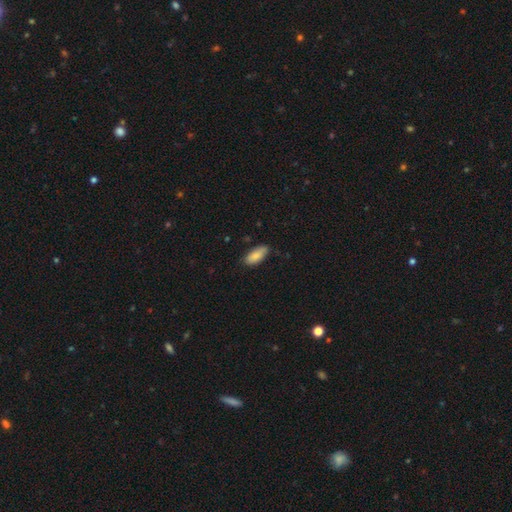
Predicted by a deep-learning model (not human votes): This is clearly a smooth galaxy (85%). How rounded: clearly in between (85%). Merging: likely none (77%).